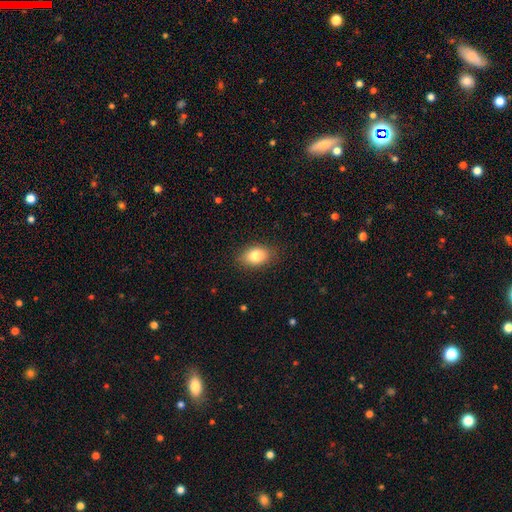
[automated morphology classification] The model was most divided on "how rounded": in between: 84%, round: 15%, cigar-shaped: 2%. More confident: merging — none (86%); smooth or featured — smooth (82%).